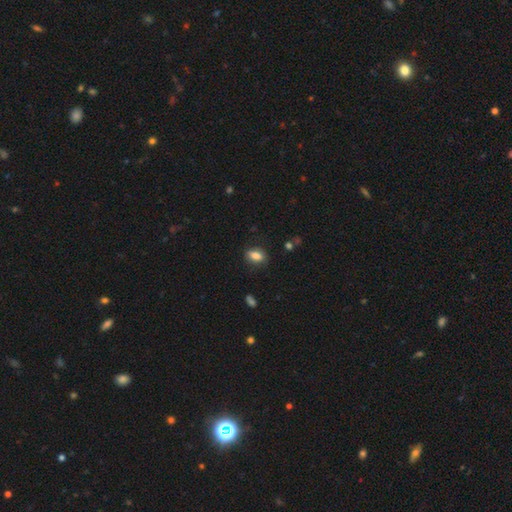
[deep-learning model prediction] Morphology: type=smooth (82%); roundness=in between (82%); merging=none (82%).